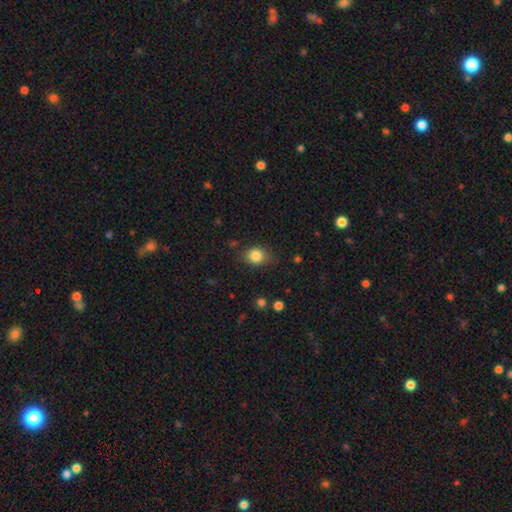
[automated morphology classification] The model was most divided on "how rounded": round: 59%, in between: 40%, cigar-shaped: 1%. More confident: smooth or featured — smooth (84%); merging — none (75%).